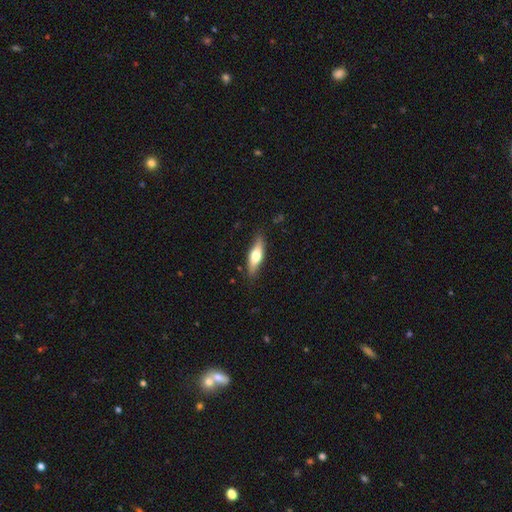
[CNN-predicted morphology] This is possibly a smooth galaxy (57%). How rounded: possibly cigar-shaped (56%). Merging: clearly none (83%).